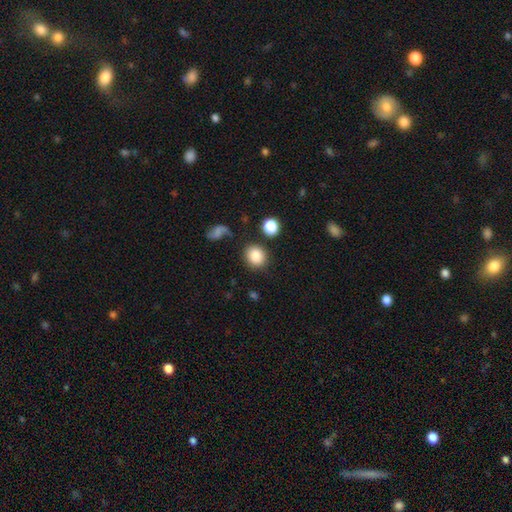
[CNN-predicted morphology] A smooth galaxy with no disk features (85%) that is round (77%).

Vote fractions:
- Smooth or featured? smooth: 85% / star or artifact: 10% / featured or disk: 6%
- How rounded? round: 77% / in between: 21% / cigar-shaped: 1%
- Merging? none: 80% / minor disturbance: 11% / merger: 5% / major disturbance: 4%